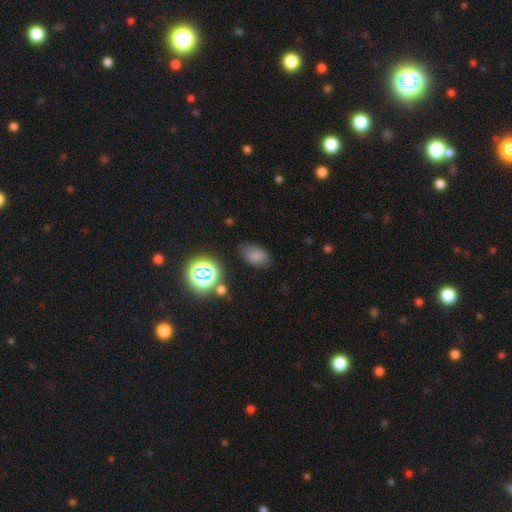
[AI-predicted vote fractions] smooth_or_featured: smooth (p=0.73) [alt: star or artifact p=0.18]
how_rounded: in between (p=0.85) [alt: round p=0.13]
merging: none (p=0.69) [alt: minor disturbance p=0.21]